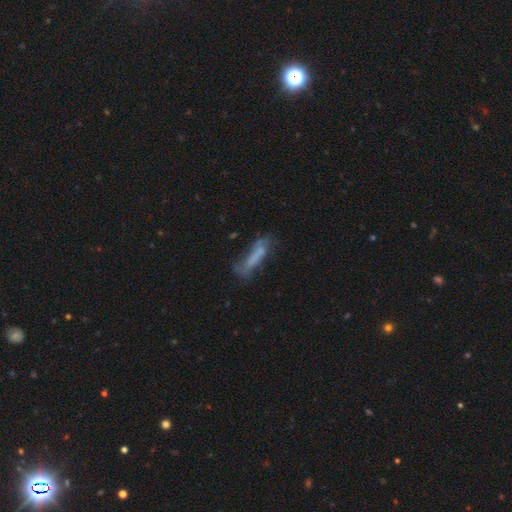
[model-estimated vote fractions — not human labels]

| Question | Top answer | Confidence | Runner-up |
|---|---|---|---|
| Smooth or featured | smooth | 52% | featured or disk (37%) |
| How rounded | cigar-shaped | 76% | in between (22%) |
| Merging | none | 42% | minor disturbance (27%) |